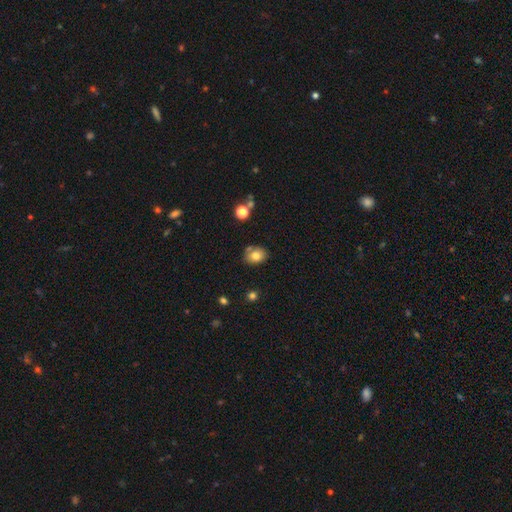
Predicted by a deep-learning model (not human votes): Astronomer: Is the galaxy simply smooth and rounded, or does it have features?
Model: smooth — 77%.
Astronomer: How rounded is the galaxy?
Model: in between — 56% (runner-up: round, 43%).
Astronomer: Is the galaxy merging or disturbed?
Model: none — 70%.